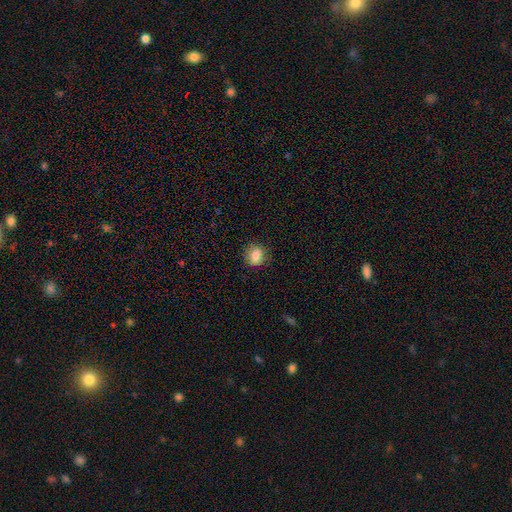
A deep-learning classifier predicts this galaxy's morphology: Smooth or featured: smooth — 83% (star or artifact — 9%)
How rounded: round — 59% (in between — 39%)
Merging: none — 83% (minor disturbance — 12%)